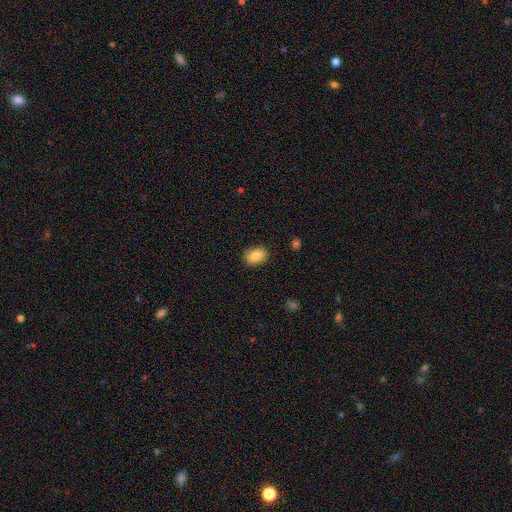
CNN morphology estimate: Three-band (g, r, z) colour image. It shows a smooth galaxy with no disk features (84%) that is in between round and cigar-shaped (80%). Merging: none (86%).